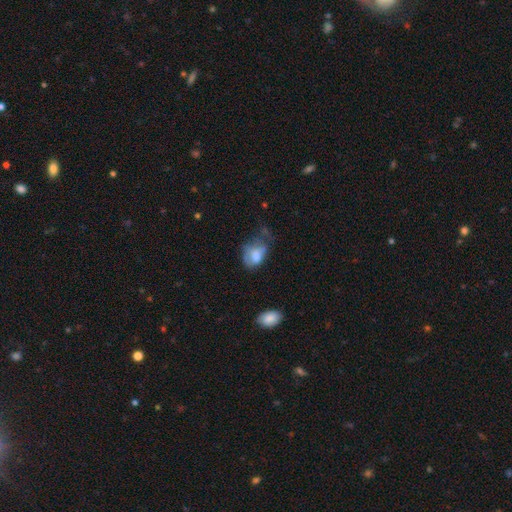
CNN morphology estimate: A smooth galaxy with no disk features (64%) that is in between round and cigar-shaped (72%).

Vote fractions:
- Smooth or featured? smooth: 64% / featured or disk: 26% / star or artifact: 10%
- How rounded? in between: 72% / round: 27% / cigar-shaped: 1%
- Merging? major disturbance: 35% / minor disturbance: 31% / none: 26% / merger: 8%